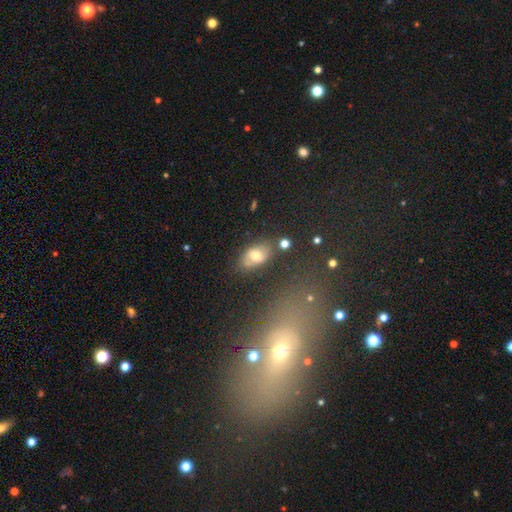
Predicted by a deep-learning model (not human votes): This is likely a smooth galaxy (68%). How rounded: clearly in between (87%). Merging: likely none (71%).